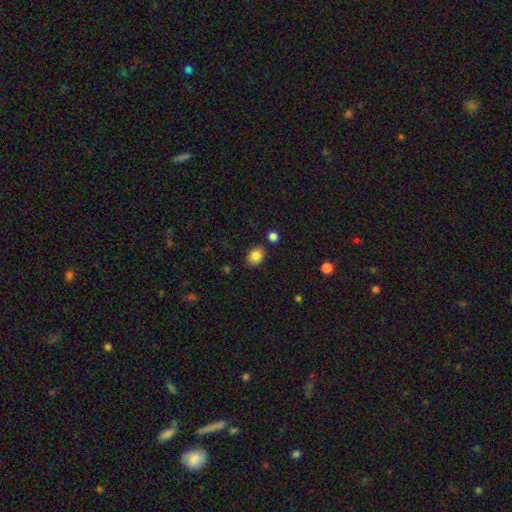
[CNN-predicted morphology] Q: Smooth or featured?
A: smooth (86%); runner-up: star or artifact (9%)
Q: How rounded?
A: in between (62%); runner-up: round (37%)
Q: Merging?
A: none (82%); runner-up: minor disturbance (11%)